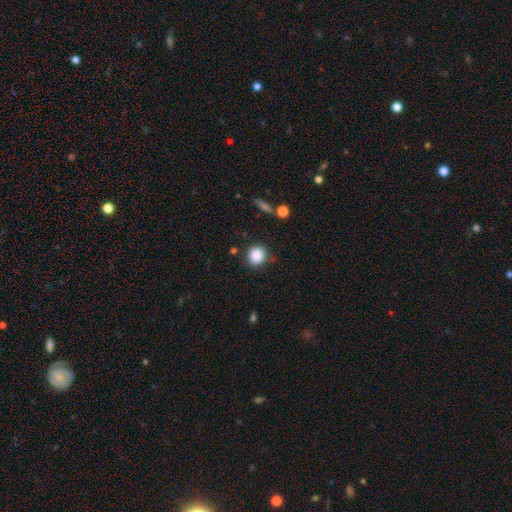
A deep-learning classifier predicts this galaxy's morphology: This is clearly a smooth galaxy (87%). How rounded: clearly round (85%). Merging: clearly none (83%).